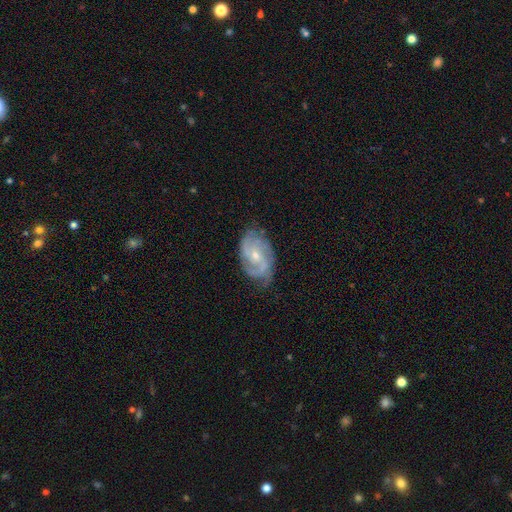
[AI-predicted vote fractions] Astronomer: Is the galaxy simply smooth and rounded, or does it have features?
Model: featured or disk — 85%.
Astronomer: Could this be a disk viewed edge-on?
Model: no — 97%.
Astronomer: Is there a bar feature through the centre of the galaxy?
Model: no — 57% (runner-up: weak, 36%).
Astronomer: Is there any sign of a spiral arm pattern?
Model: yes — 96%.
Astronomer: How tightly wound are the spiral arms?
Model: medium — 45% (runner-up: tight, 38%).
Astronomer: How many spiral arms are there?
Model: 2 — 37% (runner-up: 3, 28%).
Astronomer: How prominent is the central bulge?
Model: small — 61% (runner-up: moderate, 36%).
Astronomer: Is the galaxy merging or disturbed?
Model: none — 72%.